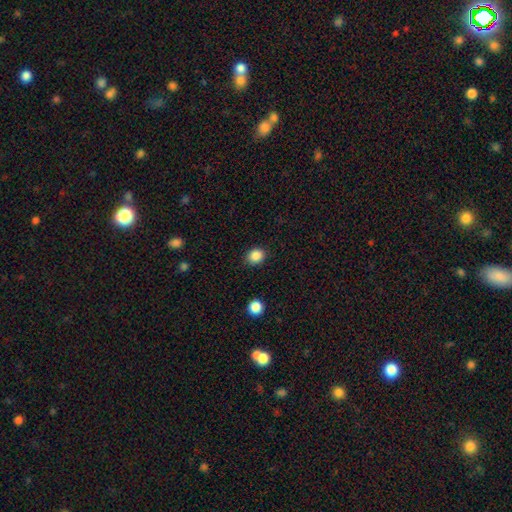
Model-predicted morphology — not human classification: smooth 86%, star or artifact 10%, featured or disk 3%. Down the decision tree: how rounded — round (70%); merging — none (86%).